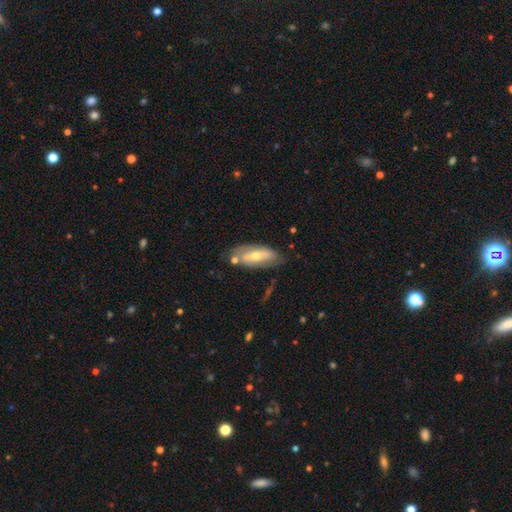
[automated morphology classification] A featured or disk galaxy (53%). Merging: none (68%).